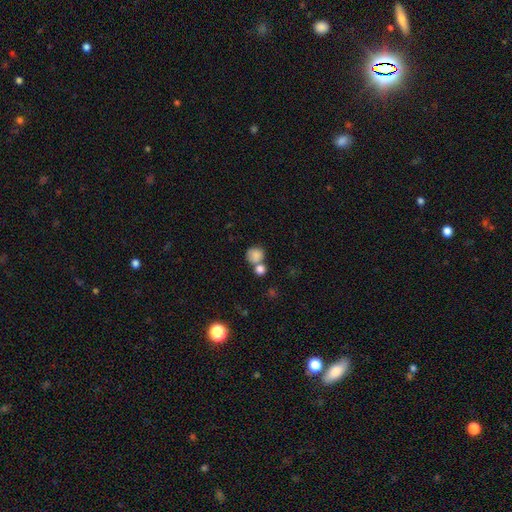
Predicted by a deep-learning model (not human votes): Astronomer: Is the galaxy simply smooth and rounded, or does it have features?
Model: smooth — 81%.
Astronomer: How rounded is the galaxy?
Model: round — 80%.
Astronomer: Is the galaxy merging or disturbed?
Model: merger — 43% (runner-up: none, 41%).